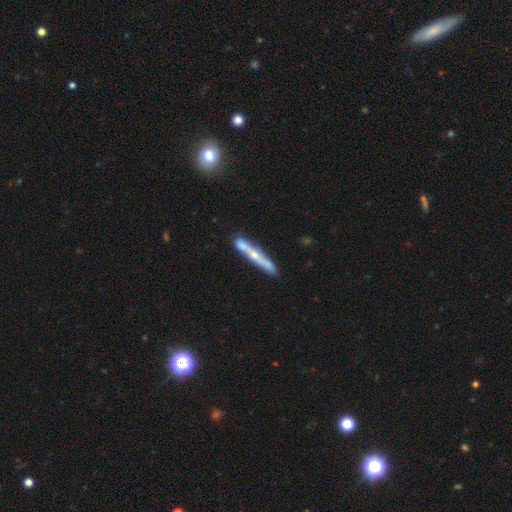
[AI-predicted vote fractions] The model was most divided on "smooth or featured": featured or disk: 55%, smooth: 38%, star or artifact: 6%. More confident: edge-on disk — yes (86%); merging — none (67%).